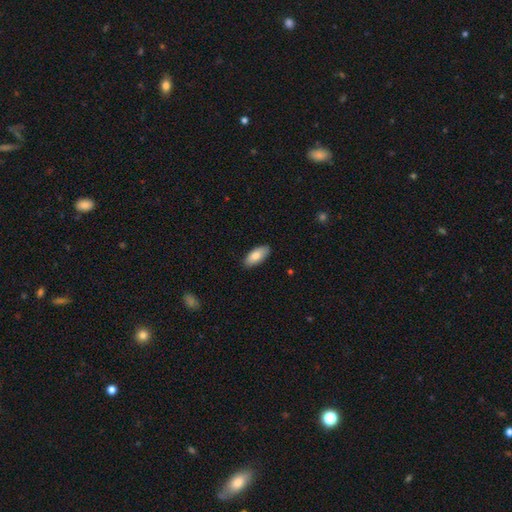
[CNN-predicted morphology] Smooth or featured?
  - smooth: 83% *
  - featured or disk: 11%
  - star or artifact: 6%
How rounded?
  - in between: 90% *
  - cigar-shaped: 8%
  - round: 2%
Merging?
  - none: 87% *
  - minor disturbance: 10%
  - major disturbance: 2%
  - merger: 1%